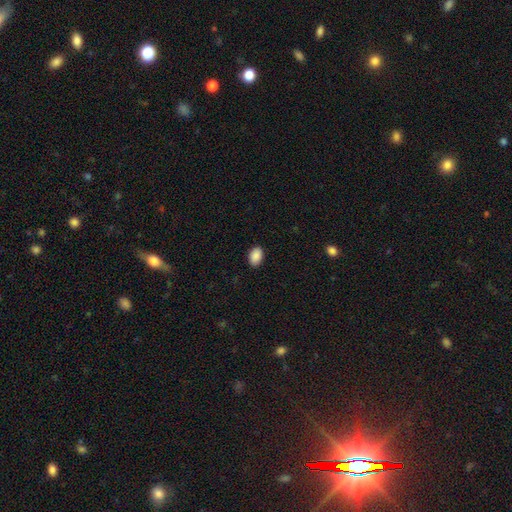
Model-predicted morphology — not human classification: This appears to be a smooth galaxy with no disk features (90%) that is in between round and cigar-shaped (88%). Merging: none (89%).